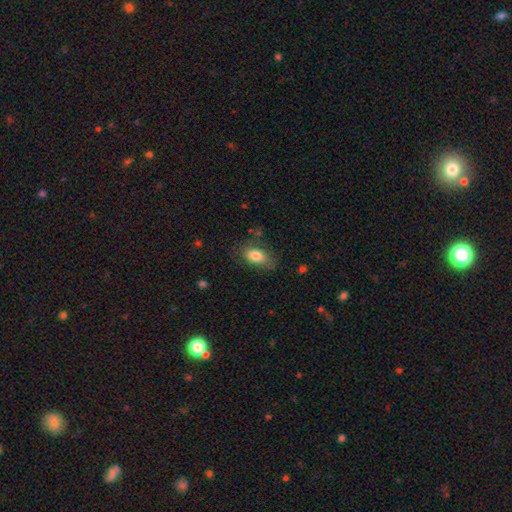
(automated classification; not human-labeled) smooth-or-featured: smooth: 80% | featured or disk: 13% | star or artifact: 8%
  how-rounded: in between: 89% | round: 8% | cigar-shaped: 3%
  merging: none: 70% | minor disturbance: 21% | major disturbance: 7% | merger: 2%